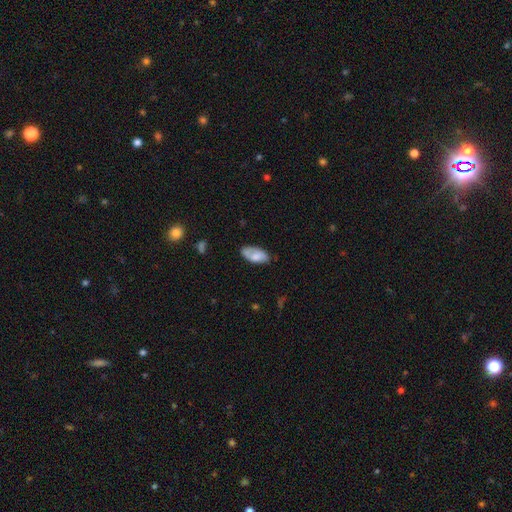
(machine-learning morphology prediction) The model was most divided on "merging": none: 64%, minor disturbance: 27%, major disturbance: 6%, merger: 3%. More confident: how rounded — in between (91%); smooth or featured — smooth (72%).